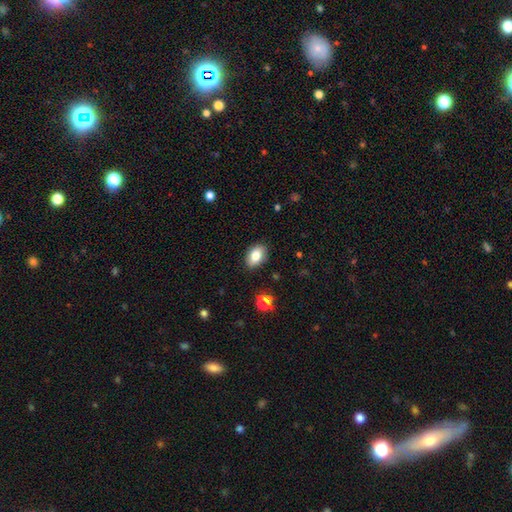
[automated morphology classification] smooth-or-featured: smooth: 81% | featured or disk: 11% | star or artifact: 8%
  how-rounded: in between: 87% | round: 11% | cigar-shaped: 2%
  merging: none: 87% | minor disturbance: 9% | major disturbance: 2% | merger: 1%